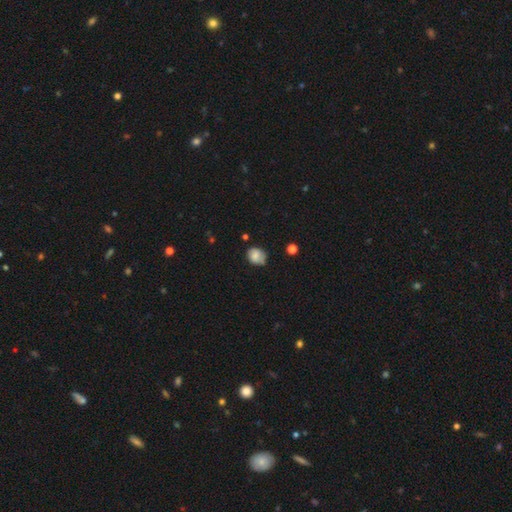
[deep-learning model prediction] The model was most divided on "how rounded": round: 56%, in between: 43%, cigar-shaped: 1%. More confident: smooth or featured — smooth (80%); merging — none (63%).